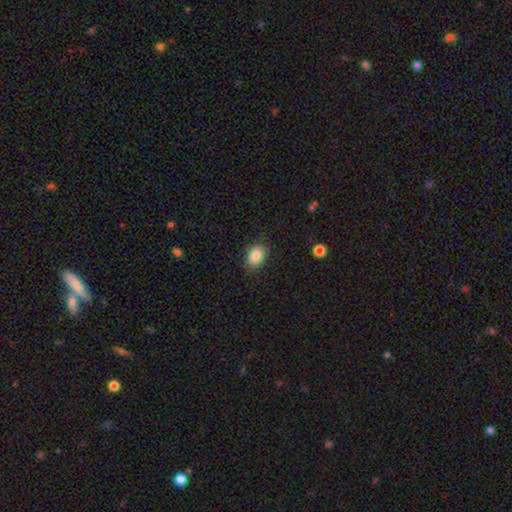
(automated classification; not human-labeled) This is clearly a smooth galaxy (87%). How rounded: clearly in between (82%). Merging: clearly none (84%).